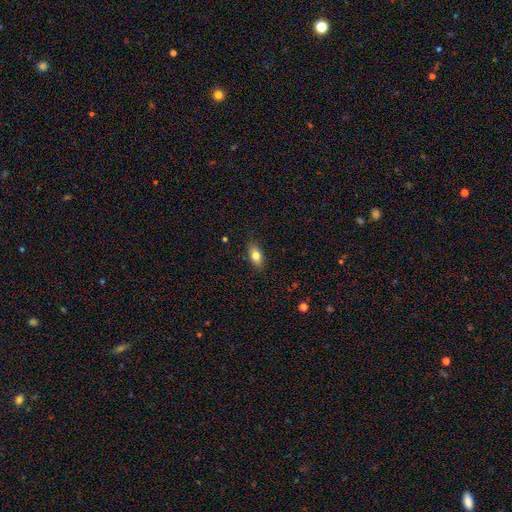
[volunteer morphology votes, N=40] This is likely a smooth galaxy (72%). How rounded: clearly in between (100%). Merging: clearly none (84%).